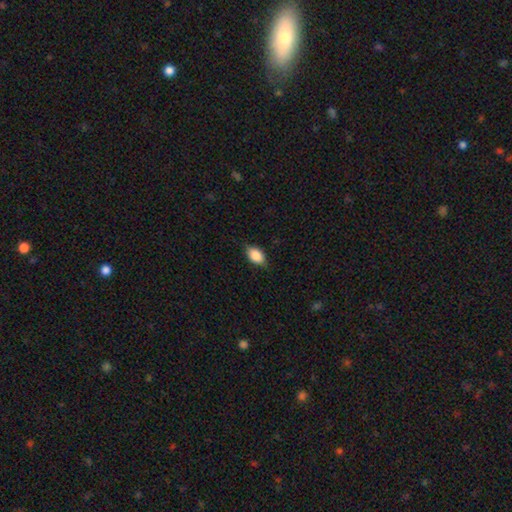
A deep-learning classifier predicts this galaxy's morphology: Smooth or featured? smooth (84%)
How rounded? in between (88%)
Merging? none (80%)